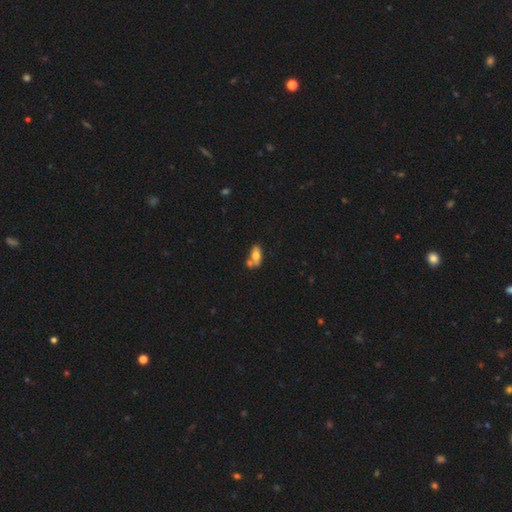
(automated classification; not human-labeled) Q: Smooth or featured?
A: smooth (70%); runner-up: featured or disk (22%)
Q: How rounded?
A: in between (84%); runner-up: cigar-shaped (11%)
Q: Merging?
A: none (47%); runner-up: merger (34%)